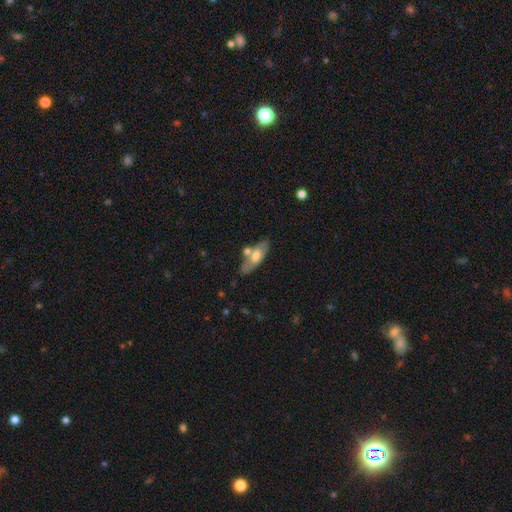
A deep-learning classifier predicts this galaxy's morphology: This appears to be a smooth galaxy with no disk features (55%) that is in between round and cigar-shaped (71%). Merging: none (60%).